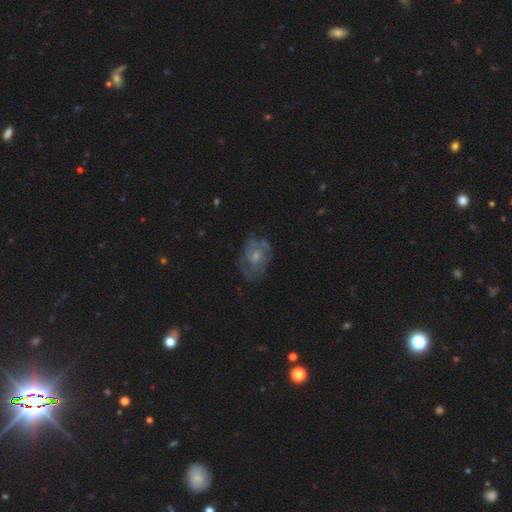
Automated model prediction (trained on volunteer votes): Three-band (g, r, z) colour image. It shows a featured or disk galaxy (64%) with no bar (70%), spiral arms (61%) and a small central bulge (54%). Merging: none (54%).